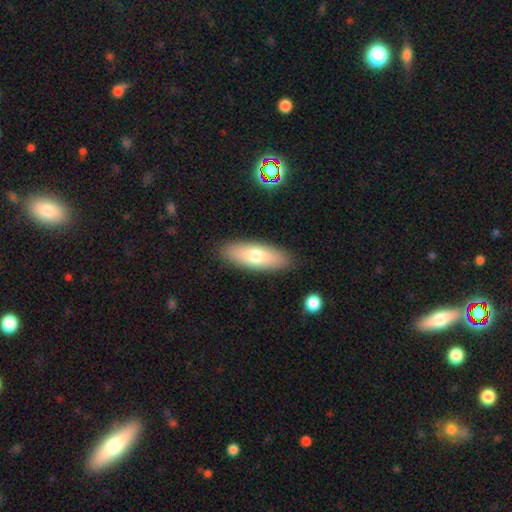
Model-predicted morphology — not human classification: Smooth or featured? smooth (70%)
How rounded? in between (68%)
Merging? none (89%)